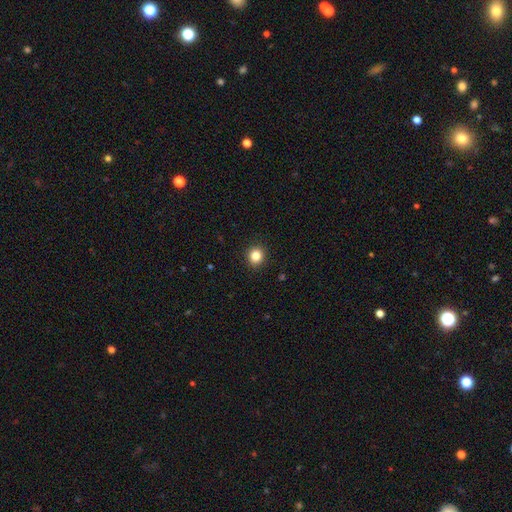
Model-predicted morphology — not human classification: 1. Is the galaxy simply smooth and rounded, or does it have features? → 85% smooth, 11% star or artifact, 4% featured or disk.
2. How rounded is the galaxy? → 86% round, 13% in between, 1% cigar-shaped.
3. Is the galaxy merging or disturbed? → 92% none, 5% minor disturbance, 2% major disturbance, 1% merger.